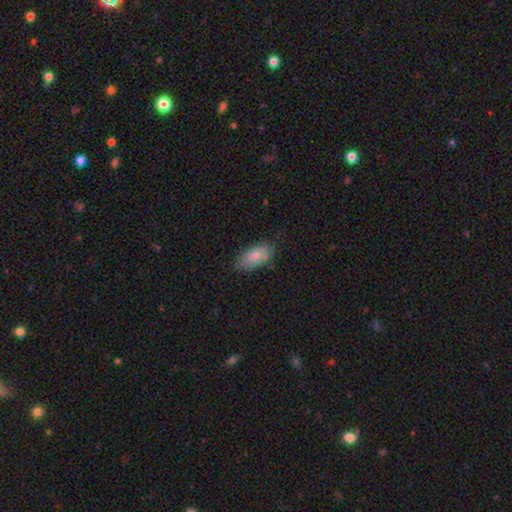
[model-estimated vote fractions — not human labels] Smooth or featured? smooth (77%)
How rounded? in between (90%)
Merging? none (81%)